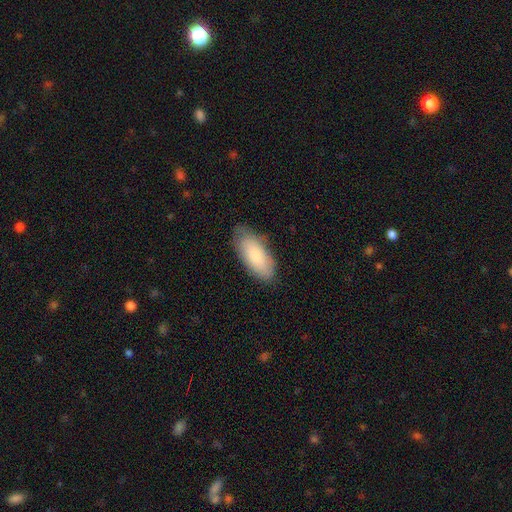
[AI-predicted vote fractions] smooth 80%, featured or disk 14%, star or artifact 6%. Down the decision tree: how rounded — in between (87%); merging — none (74%).